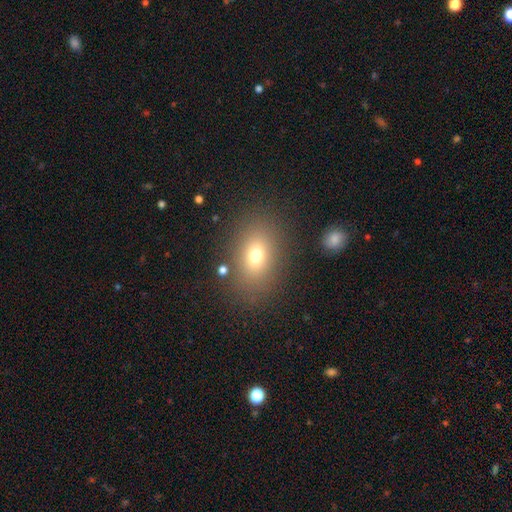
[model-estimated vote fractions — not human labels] A smooth galaxy with no disk features (72%) that is in between round and cigar-shaped (70%).

Vote fractions:
- Smooth or featured? smooth: 72% / star or artifact: 15% / featured or disk: 13%
- How rounded? in between: 70% / round: 29% / cigar-shaped: 1%
- Merging? none: 83% / minor disturbance: 9% / major disturbance: 4% / merger: 3%